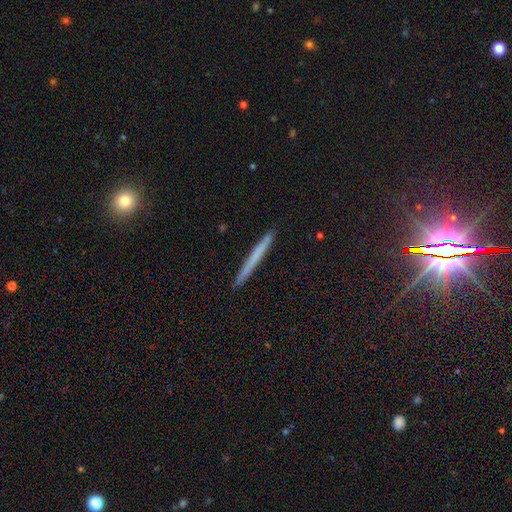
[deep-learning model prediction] smooth_or_featured: smooth (p=0.57) [alt: featured or disk p=0.35]
how_rounded: cigar-shaped (p=0.97) [alt: in between p=0.02]
merging: none (p=0.92) [alt: minor disturbance p=0.06]